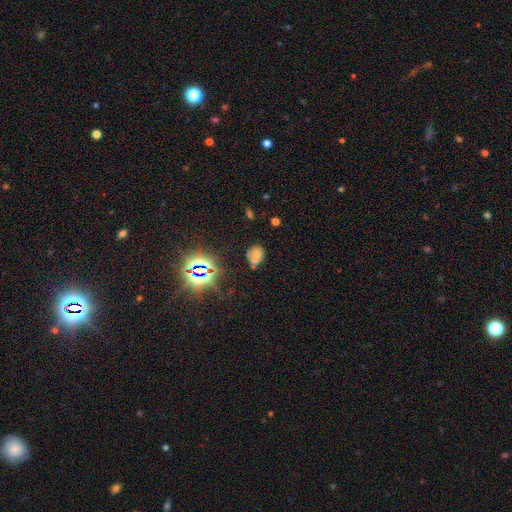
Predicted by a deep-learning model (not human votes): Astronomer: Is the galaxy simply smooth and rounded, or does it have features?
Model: smooth — 50% (runner-up: star or artifact, 25%).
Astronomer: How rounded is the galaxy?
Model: round — 55% (runner-up: in between, 43%).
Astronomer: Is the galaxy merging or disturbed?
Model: none — 53%.